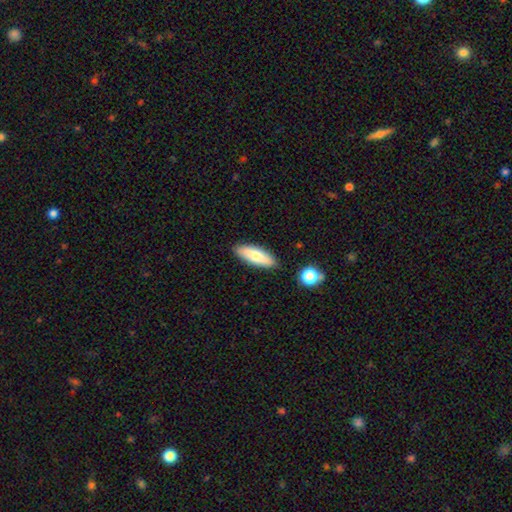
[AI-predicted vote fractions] Q: Smooth or featured?
A: smooth (72%); runner-up: featured or disk (22%)
Q: How rounded?
A: in between (54%); runner-up: cigar-shaped (44%)
Q: Merging?
A: none (87%); runner-up: minor disturbance (9%)